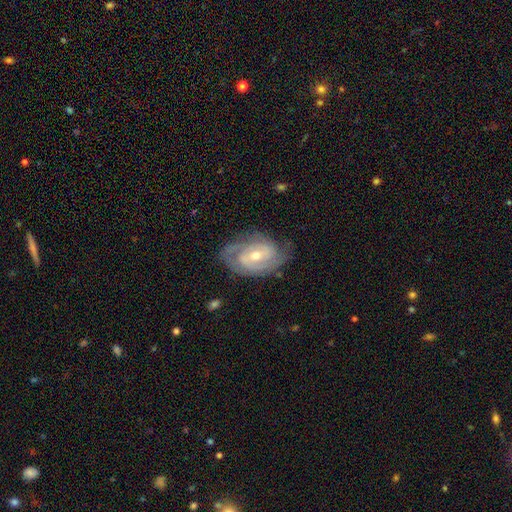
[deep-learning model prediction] featured or disk 85%, smooth 10%, star or artifact 5%. Down the decision tree: edge-on disk — no (96%); bar — no (45%); spiral arms — yes (94%); spiral arm count — 2 (54%); spiral winding — tight (60%); bulge size — moderate (59%); merging — none (71%).